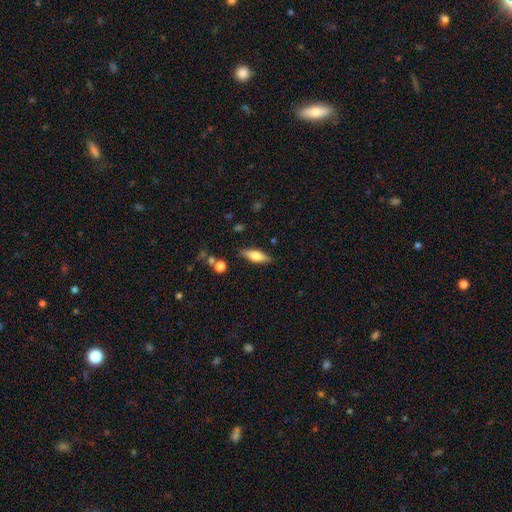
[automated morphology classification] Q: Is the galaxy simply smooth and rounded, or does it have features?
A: smooth — 55%.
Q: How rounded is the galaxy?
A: in between — 53%.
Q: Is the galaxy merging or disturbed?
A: none — 85%.